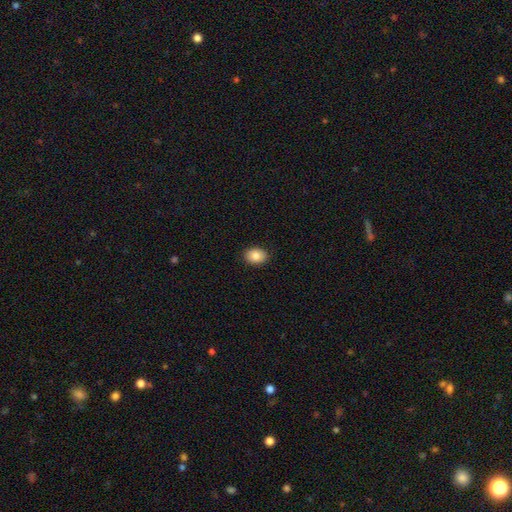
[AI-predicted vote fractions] Smooth or featured: smooth — 86% (star or artifact — 8%)
How rounded: in between — 69% (round — 30%)
Merging: none — 90% (minor disturbance — 7%)